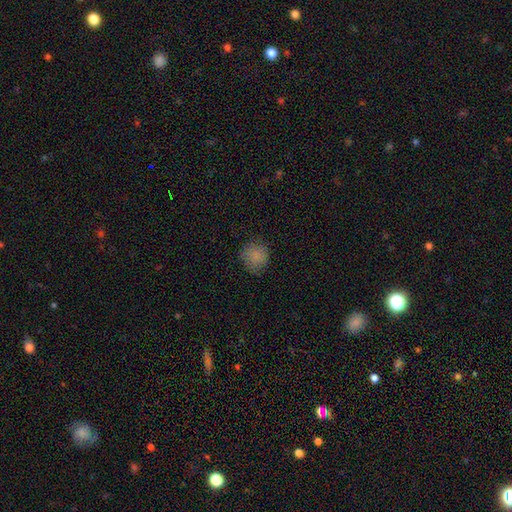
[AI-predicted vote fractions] Smooth or featured? smooth (83%)
How rounded? round (86%)
Merging? none (77%)